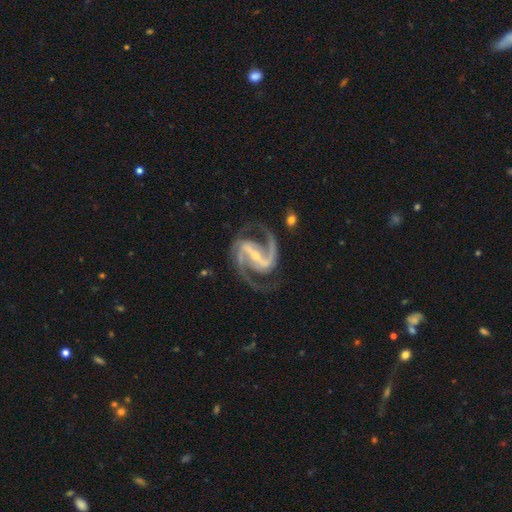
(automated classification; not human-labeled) This is clearly a featured or disk galaxy (94%). It is clearly not viewed edge-on (97%). Bar: likely strong (75%). Spiral arm pattern: clearly yes (99%). Spiral arm count: clearly 2 (93%). Spiral winding: likely medium (66%). Central bulge: likely small (67%). Merging: likely none (78%).